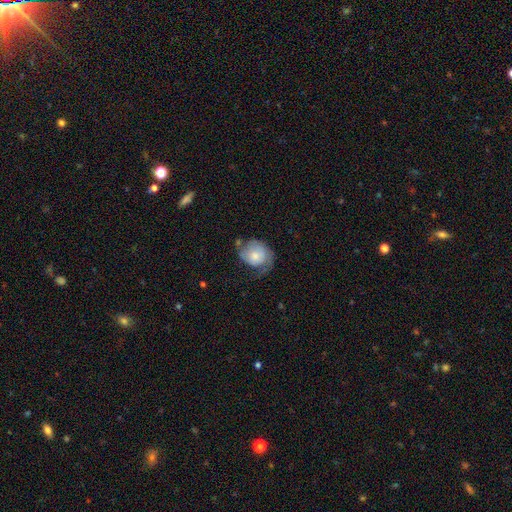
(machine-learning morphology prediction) Smooth or featured? Predicted: smooth (p=0.53). How rounded? Predicted: round (p=0.61). Merging? Predicted: none (p=0.35).